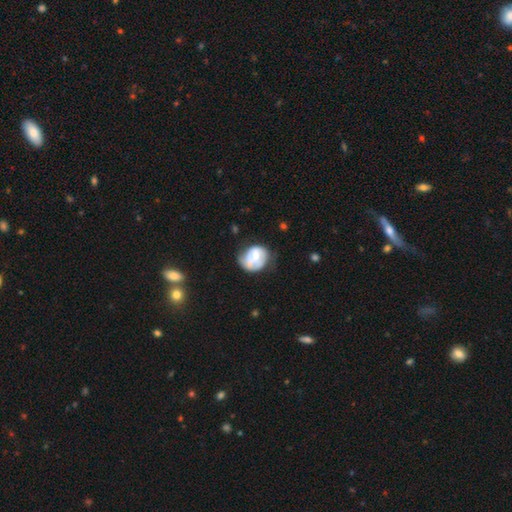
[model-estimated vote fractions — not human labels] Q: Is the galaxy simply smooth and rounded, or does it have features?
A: smooth — 49%.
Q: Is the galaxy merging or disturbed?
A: none — 46%.